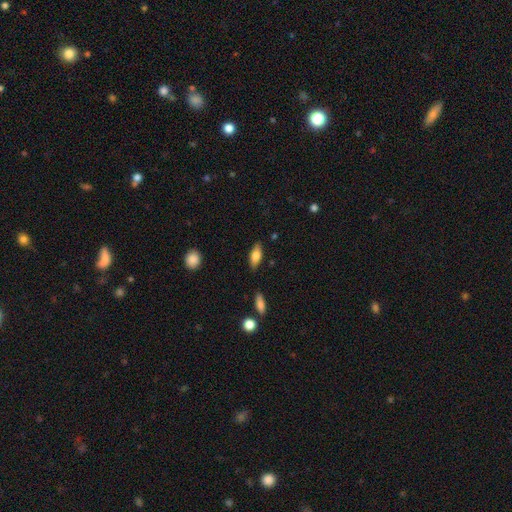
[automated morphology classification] smooth-or-featured: smooth: 76% | featured or disk: 17% | star or artifact: 7%
  how-rounded: in between: 78% | cigar-shaped: 20% | round: 3%
  merging: none: 83% | minor disturbance: 13% | major disturbance: 3% | merger: 2%